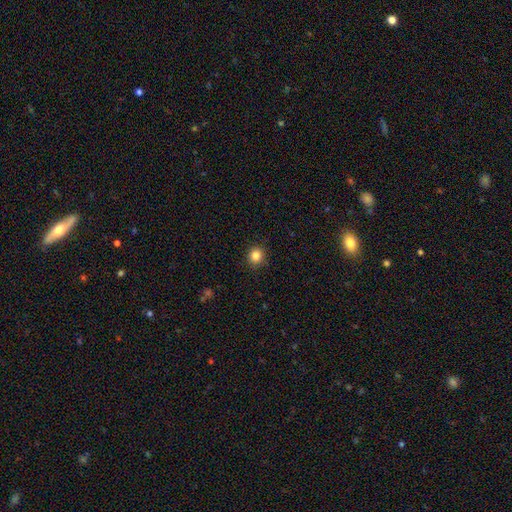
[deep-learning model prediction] Morphology: type=smooth (84%); roundness=round (88%); merging=none (91%).